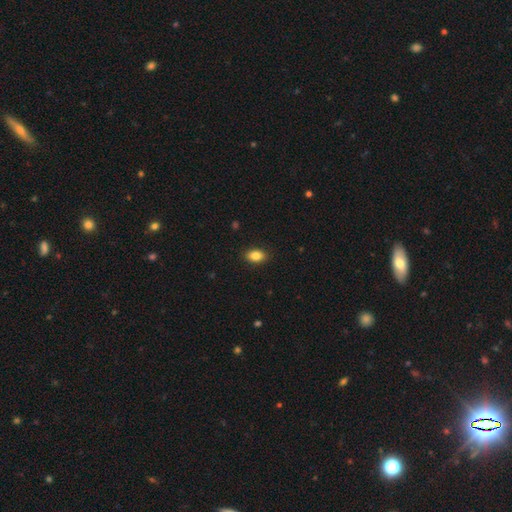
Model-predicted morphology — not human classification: This is clearly a smooth galaxy (85%). How rounded: clearly in between (87%). Merging: clearly none (89%).